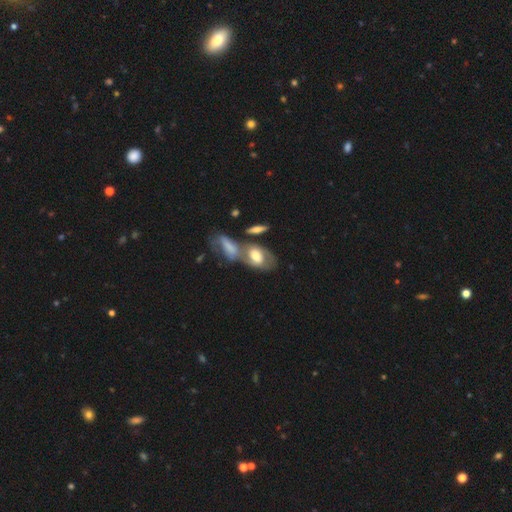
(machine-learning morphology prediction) Smooth or featured? Predicted: featured or disk (p=0.47). Merging? Predicted: merger (p=0.44).